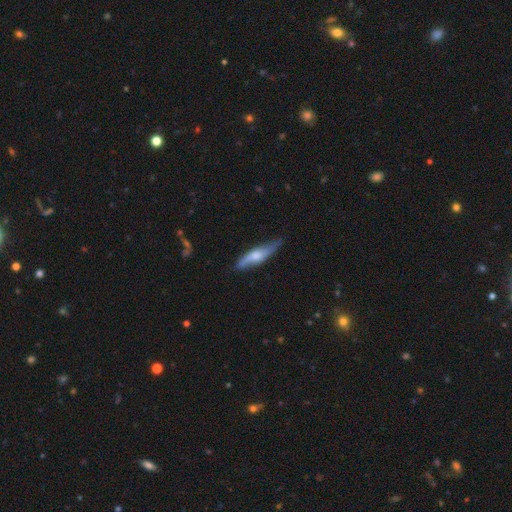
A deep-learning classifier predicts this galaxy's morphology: Smooth or featured? Predicted: featured or disk (p=0.58). Edge-on disk? Predicted: yes (p=0.70). Merging? Predicted: none (p=0.71).